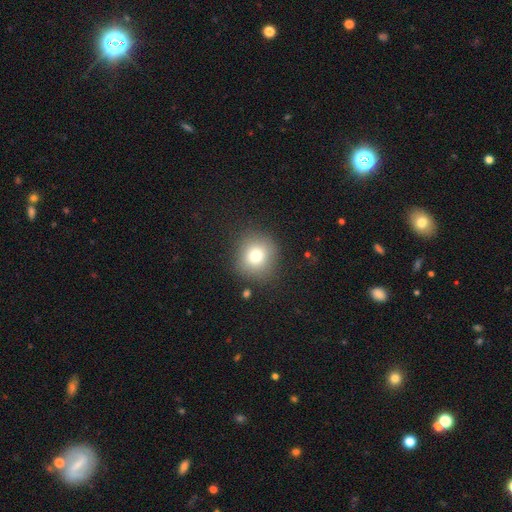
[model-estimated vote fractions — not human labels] Smooth or featured? Predicted: smooth (p=0.77). How rounded? Predicted: round (p=0.89). Merging? Predicted: none (p=0.85).